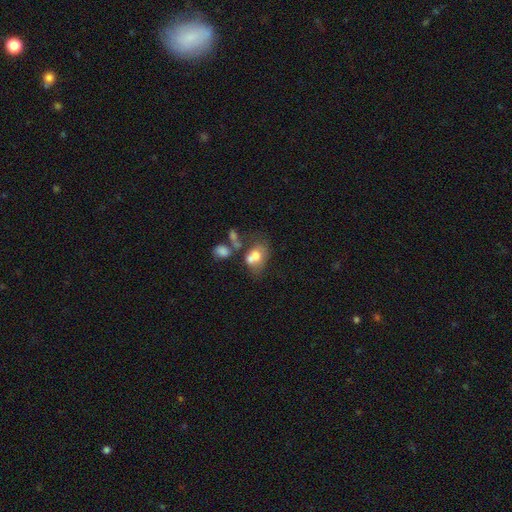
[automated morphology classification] Q: Smooth or featured?
A: smooth (61%); runner-up: featured or disk (28%)
Q: How rounded?
A: in between (72%); runner-up: round (26%)
Q: Merging?
A: merger (48%); runner-up: none (24%)